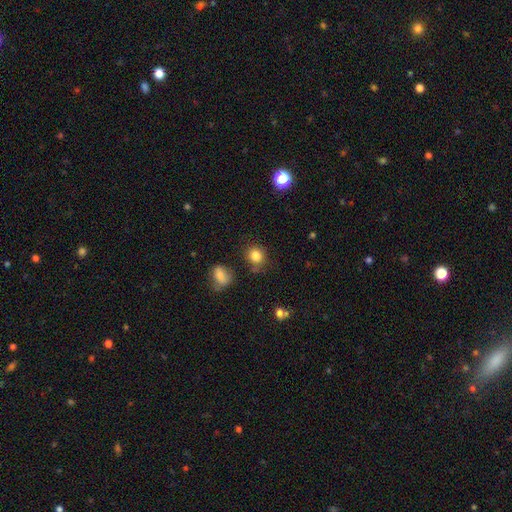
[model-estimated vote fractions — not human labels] smooth-or-featured: smooth: 83% | star or artifact: 12% | featured or disk: 5%
  how-rounded: round: 79% | in between: 20% | cigar-shaped: 1%
  merging: none: 78% | minor disturbance: 13% | merger: 5% | major disturbance: 4%